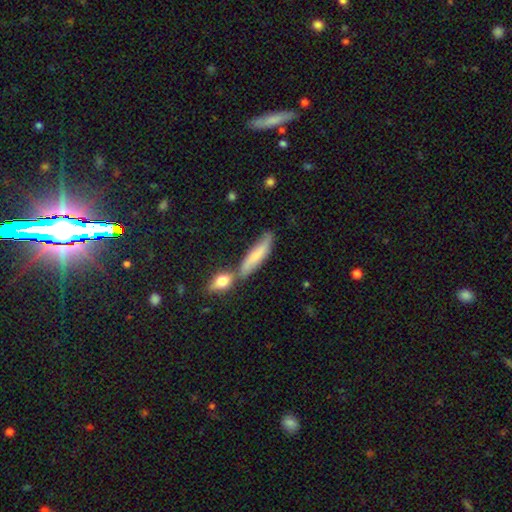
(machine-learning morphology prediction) A smooth galaxy with no disk features (66%) that is cigar-shaped (73%). Merging: none (52%).